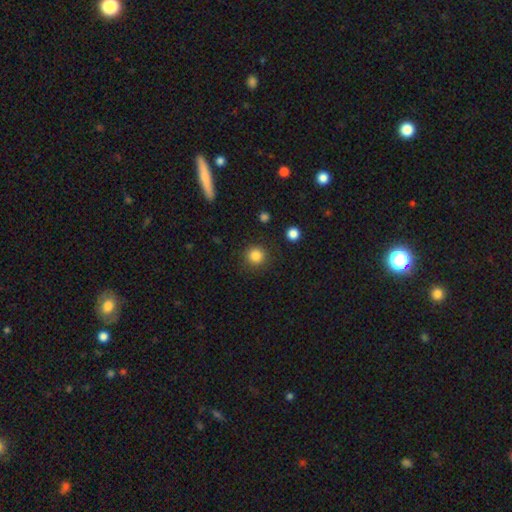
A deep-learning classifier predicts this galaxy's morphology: smooth 85%, star or artifact 11%, featured or disk 4%. Down the decision tree: how rounded — round (94%); merging — none (89%).